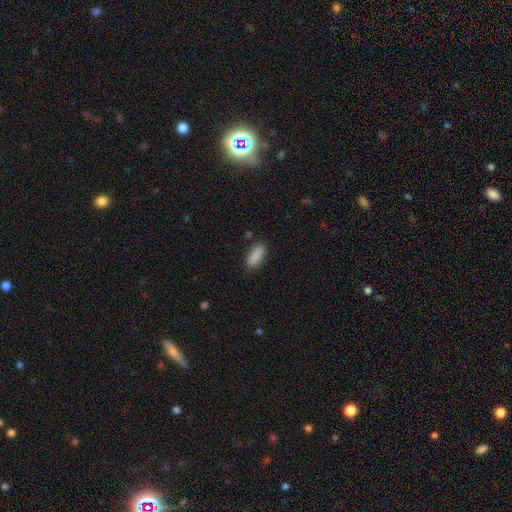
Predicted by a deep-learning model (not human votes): Morphology: type=smooth (89%); roundness=in between (77%); merging=none (85%).